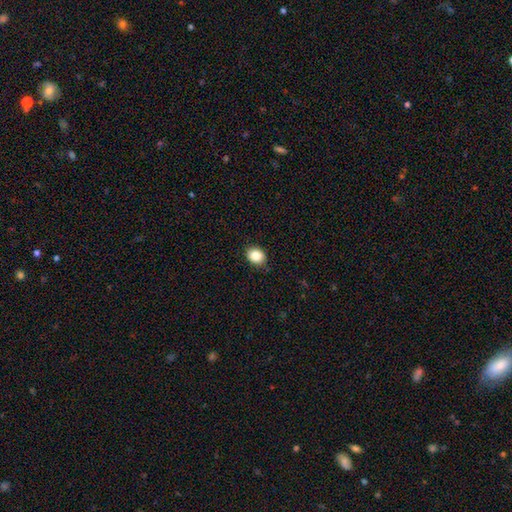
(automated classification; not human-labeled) A smooth galaxy with no disk features (84%) that is round (57%). Merging: none (86%).